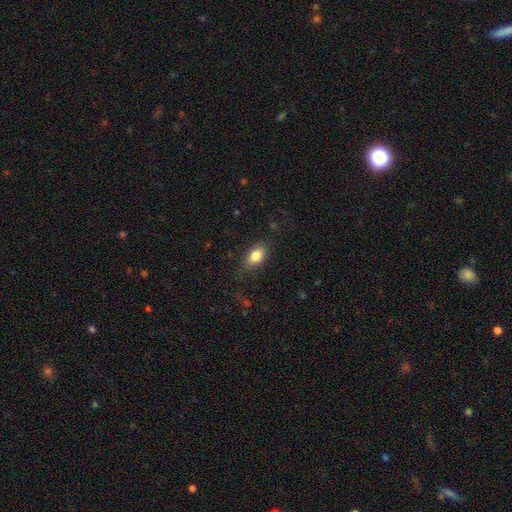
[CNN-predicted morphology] Overall: smooth (83%). How rounded: in between (88%). Merging: none (79%).